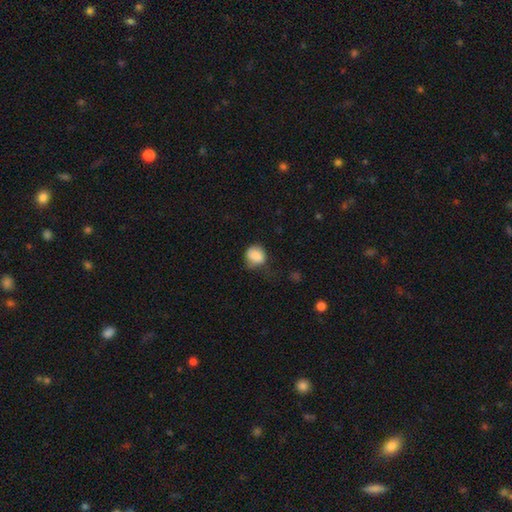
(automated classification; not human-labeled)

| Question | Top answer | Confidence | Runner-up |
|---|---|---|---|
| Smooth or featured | smooth | 83% | featured or disk (8%) |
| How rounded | round | 66% | in between (33%) |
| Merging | none | 45% | minor disturbance (35%) |